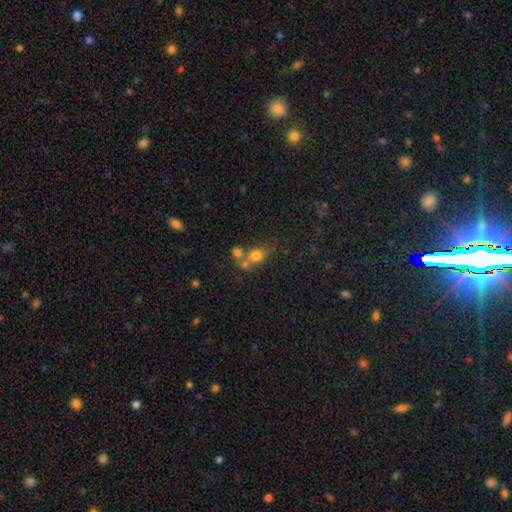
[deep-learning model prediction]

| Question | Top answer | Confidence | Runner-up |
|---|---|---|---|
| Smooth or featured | smooth | 71% | featured or disk (15%) |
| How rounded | in between | 53% | round (43%) |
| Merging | merger | 42% | none (37%) |